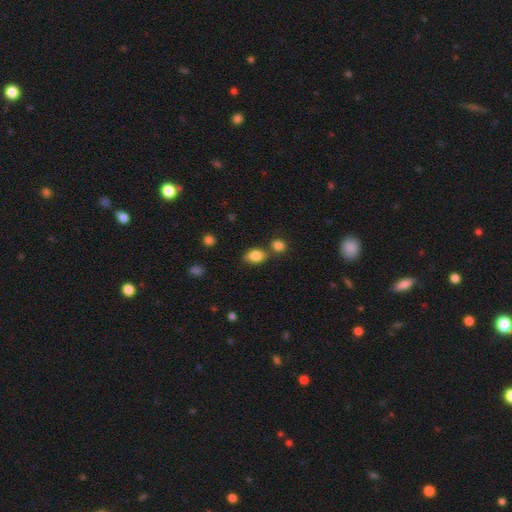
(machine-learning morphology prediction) smooth 85%, star or artifact 9%, featured or disk 6%. Down the decision tree: how rounded — in between (77%); merging — none (64%).